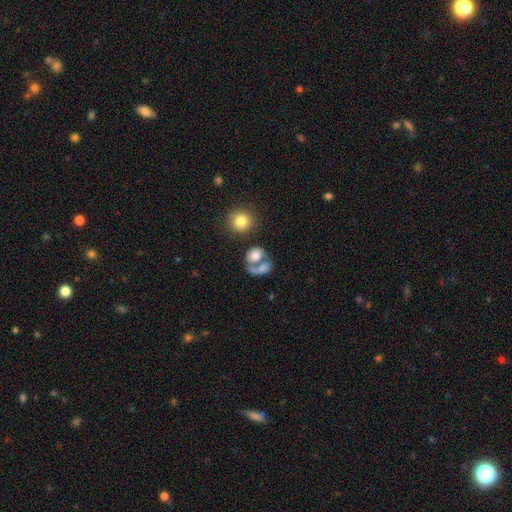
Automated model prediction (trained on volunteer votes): Q: Smooth or featured?
A: smooth (66%); runner-up: featured or disk (23%)
Q: How rounded?
A: round (52%); runner-up: in between (47%)
Q: Merging?
A: merger (49%); runner-up: none (26%)